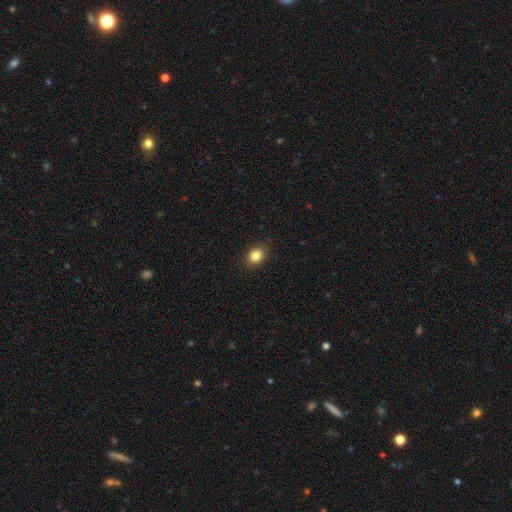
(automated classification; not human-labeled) Smooth or featured? Predicted: smooth (p=0.85). How rounded? Predicted: in between (p=0.59). Merging? Predicted: none (p=0.89).